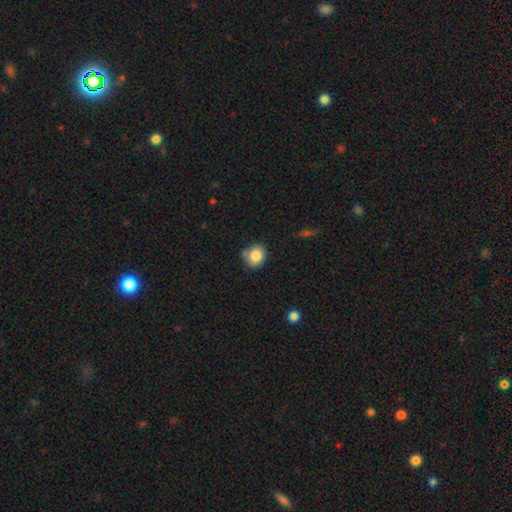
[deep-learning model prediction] This appears to be a smooth galaxy with no disk features (81%) that is round (83%). Merging: none (67%).